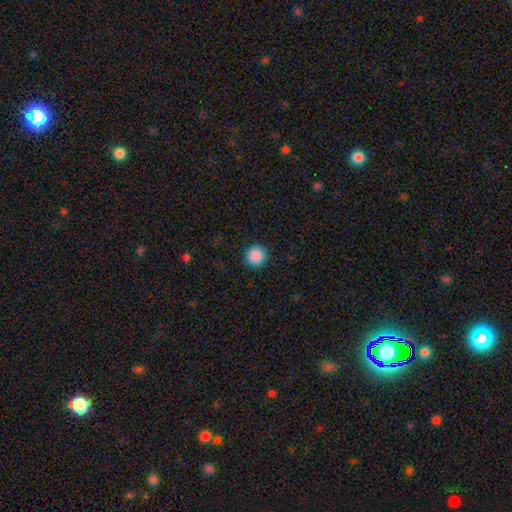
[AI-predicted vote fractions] Smooth or featured? Predicted: smooth (p=0.89). How rounded? Predicted: round (p=0.95). Merging? Predicted: none (p=0.92).